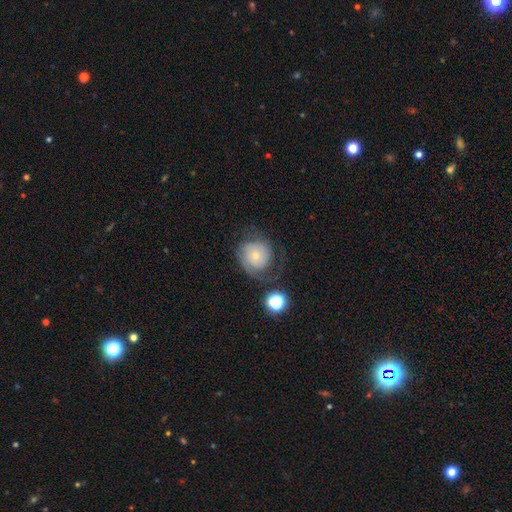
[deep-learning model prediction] smooth-or-featured: featured or disk: 48% | smooth: 43% | star or artifact: 9%
  merging: none: 50% | major disturbance: 24% | minor disturbance: 23% | merger: 4%